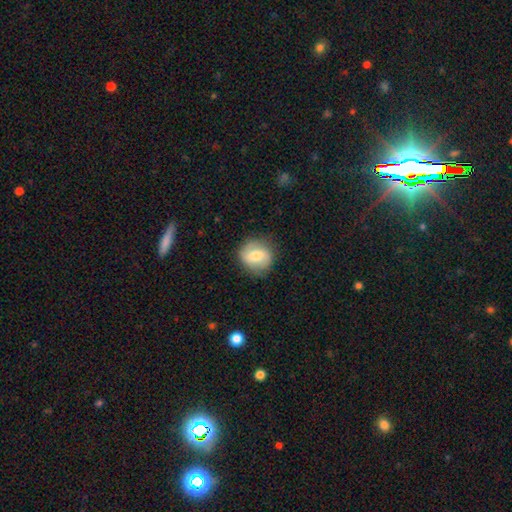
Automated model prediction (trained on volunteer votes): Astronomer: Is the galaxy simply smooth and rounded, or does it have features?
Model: smooth — 62%.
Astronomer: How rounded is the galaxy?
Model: round — 80%.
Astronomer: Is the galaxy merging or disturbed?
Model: none — 80%.